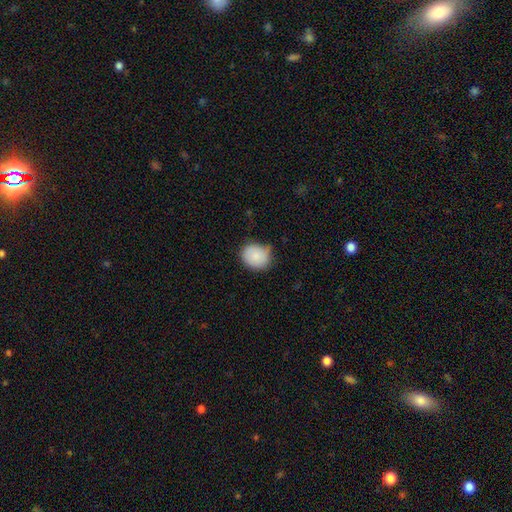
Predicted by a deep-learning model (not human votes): Morphology: type=smooth (86%); roundness=round (75%); merging=none (60%).